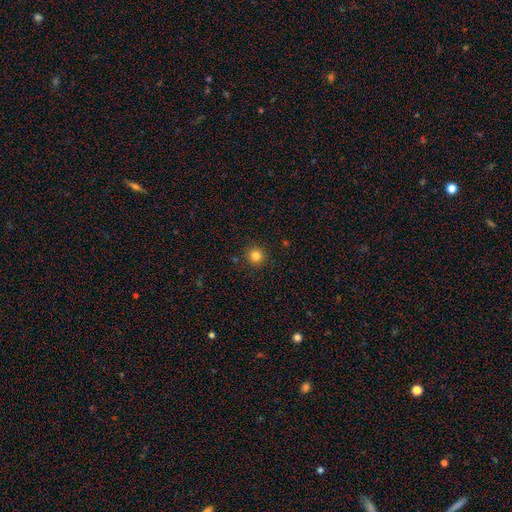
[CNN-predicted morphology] Smooth or featured? smooth (82%)
How rounded? round (95%)
Merging? none (91%)